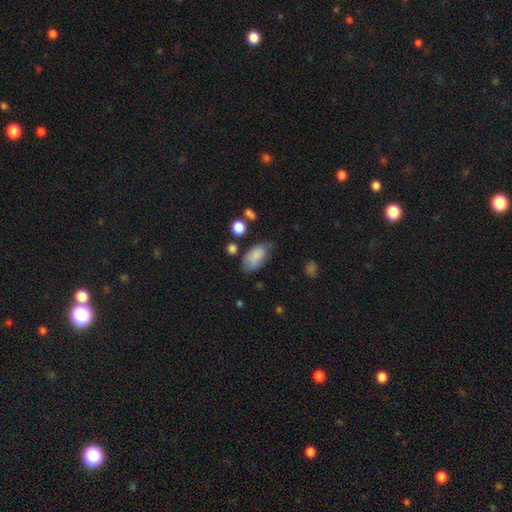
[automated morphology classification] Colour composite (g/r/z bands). It shows a smooth galaxy with no disk features (84%) that is in between round and cigar-shaped (92%). Merging: none (60%).